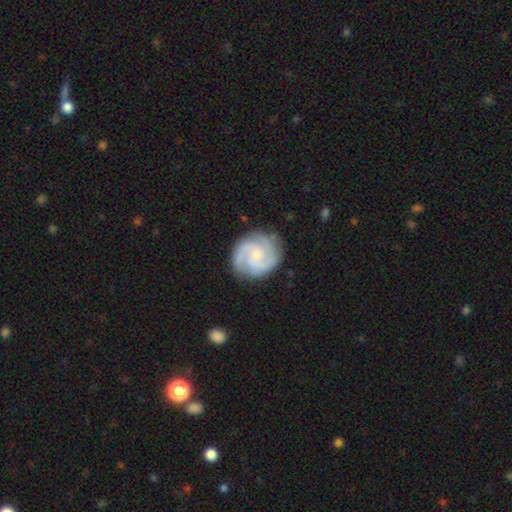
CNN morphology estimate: type=featured or disk (85%); edge-on=no (98%); bar=no (61%); spiral arms=yes (98%); winding=tight (50%); arm count=3 (41%); bulge=small (69%); merging=none (82%).